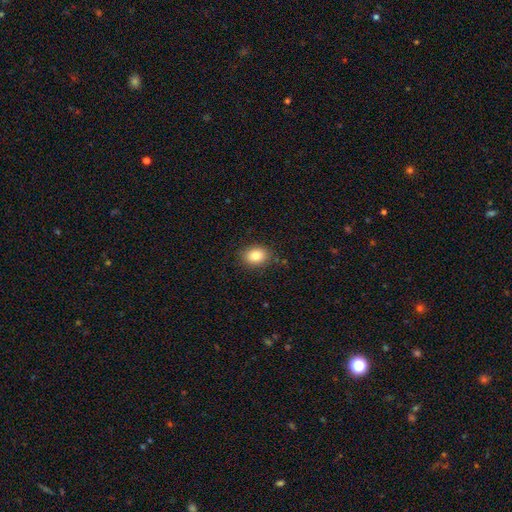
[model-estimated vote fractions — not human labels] This appears to be a smooth galaxy with no disk features (84%) that is in between round and cigar-shaped (64%). Merging: none (86%).